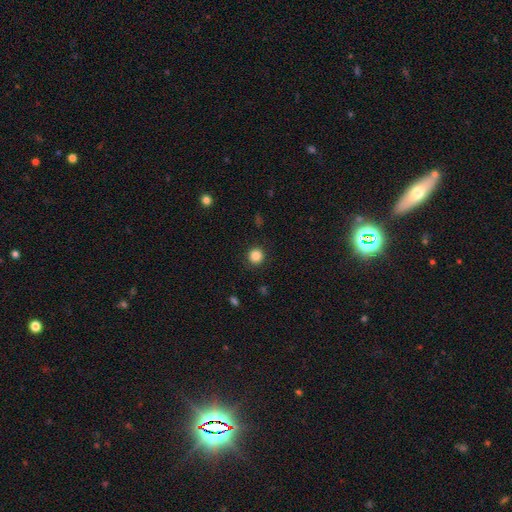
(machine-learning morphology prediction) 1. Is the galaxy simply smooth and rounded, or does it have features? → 86% smooth, 11% star or artifact, 4% featured or disk.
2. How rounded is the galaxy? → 94% round, 5% in between, 1% cigar-shaped.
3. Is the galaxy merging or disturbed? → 91% none, 5% minor disturbance, 2% major disturbance, 1% merger.